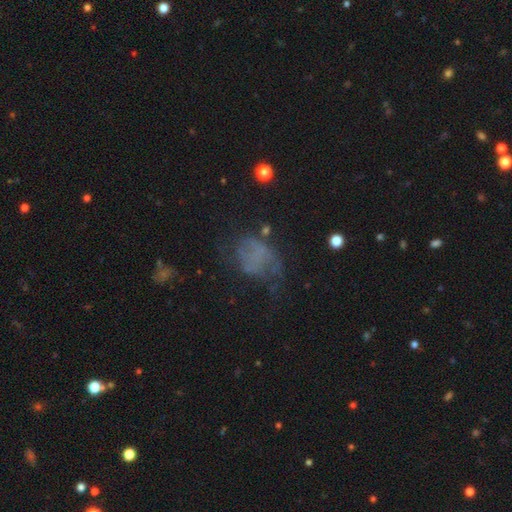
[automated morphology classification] Smooth or featured?
  - smooth: 40% *
  - featured or disk: 39%
  - star or artifact: 21%
Merging?
  - major disturbance: 36% *
  - none: 34%
  - minor disturbance: 25%
  - merger: 4%